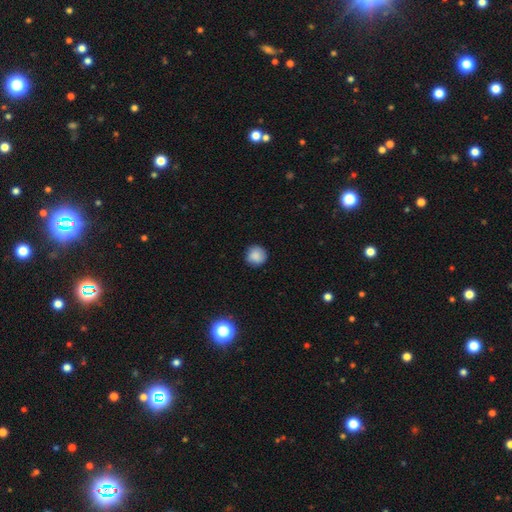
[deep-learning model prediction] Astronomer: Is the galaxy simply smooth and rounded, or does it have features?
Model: smooth — 86%.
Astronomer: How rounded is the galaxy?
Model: round — 93%.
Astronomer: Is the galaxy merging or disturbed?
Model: none — 87%.